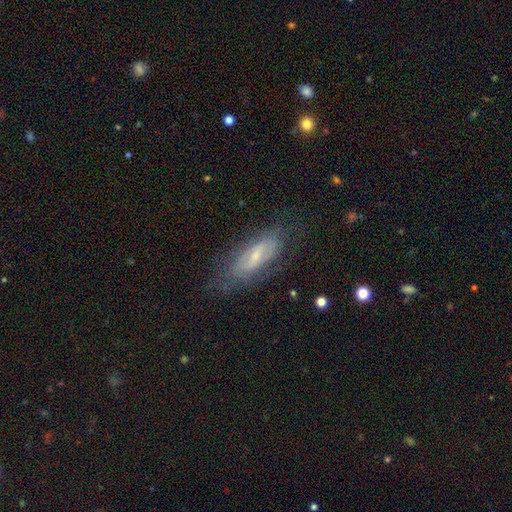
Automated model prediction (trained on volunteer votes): A featured or disk galaxy (59%).

Vote fractions:
- Smooth or featured? featured or disk: 59% / smooth: 32% / star or artifact: 9%
- Edge-on disk? no: 72% / yes: 28%
- Merging? none: 67% / minor disturbance: 22% / major disturbance: 10% / merger: 2%